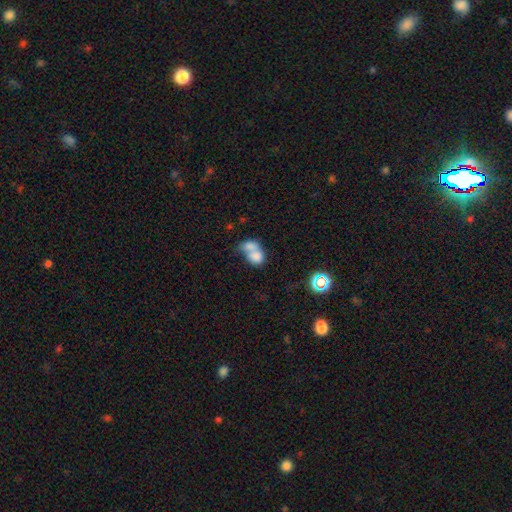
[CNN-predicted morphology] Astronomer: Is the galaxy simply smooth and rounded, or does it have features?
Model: smooth — 72%.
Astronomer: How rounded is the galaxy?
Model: in between — 59% (runner-up: round, 39%).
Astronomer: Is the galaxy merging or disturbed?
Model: merger — 74%.